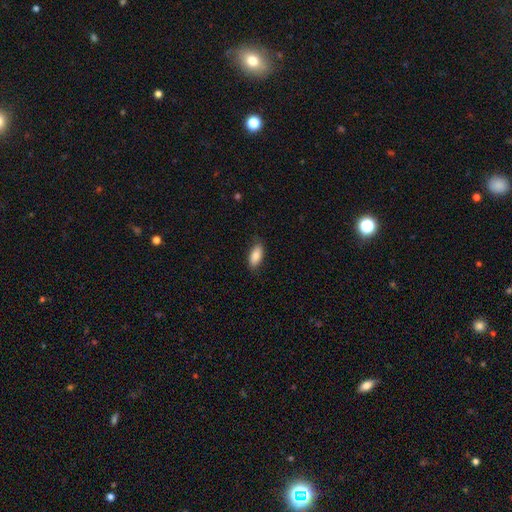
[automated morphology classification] smooth 86%, featured or disk 7%, star or artifact 7%. Down the decision tree: how rounded — in between (87%); merging — none (80%).